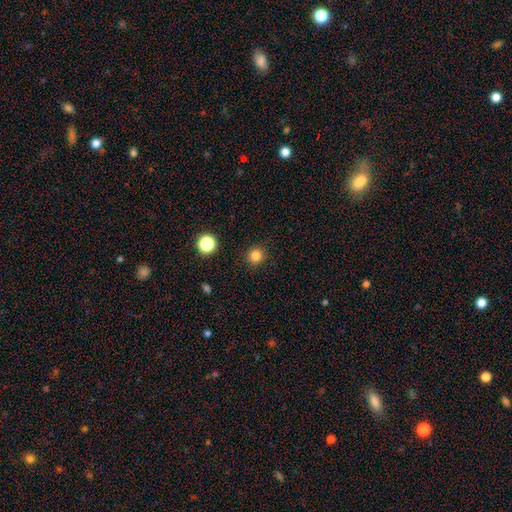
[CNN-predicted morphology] Smooth or featured?
  - smooth: 82% *
  - star or artifact: 13%
  - featured or disk: 4%
How rounded?
  - round: 92% *
  - in between: 7%
  - cigar-shaped: 1%
Merging?
  - none: 91% *
  - minor disturbance: 6%
  - major disturbance: 2%
  - merger: 1%